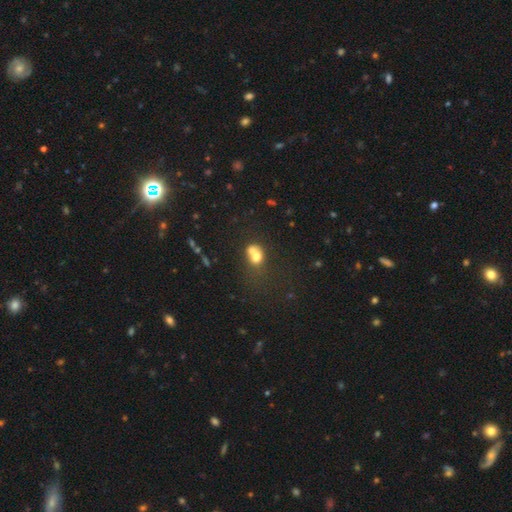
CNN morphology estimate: type=smooth (65%); roundness=round (50%); merging=merger (60%).